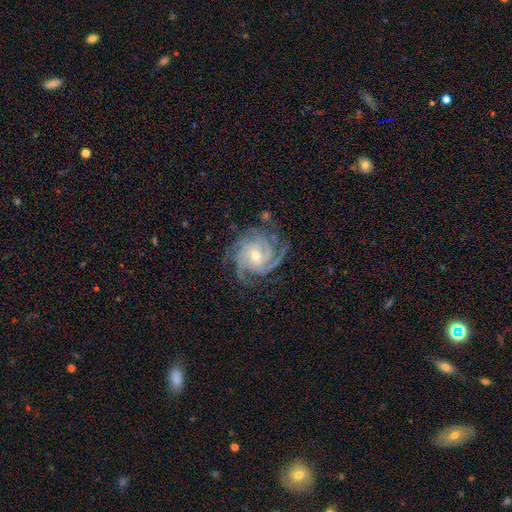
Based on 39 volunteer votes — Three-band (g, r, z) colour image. It shows a featured or disk galaxy (95%) with no bar (62%), 3 (33%) tight (64%) spiral arms (97%) and a small central bulge (54%). Merging: none (82%).